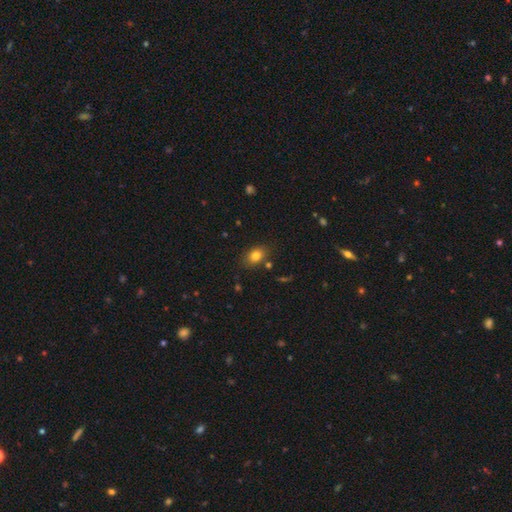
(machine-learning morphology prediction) type=smooth (80%); roundness=in between (73%); merging=none (80%).